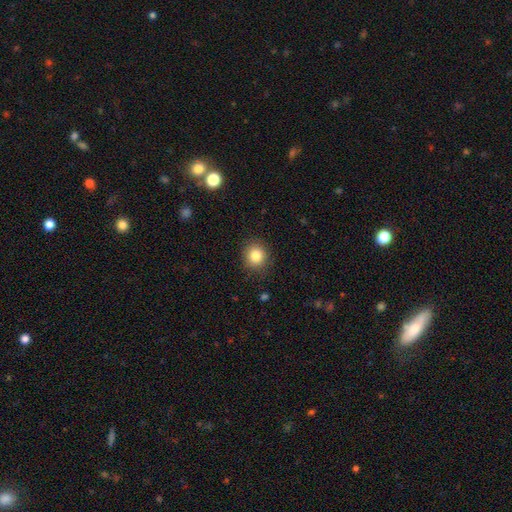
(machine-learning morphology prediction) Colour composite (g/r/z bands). It shows a smooth galaxy with no disk features (83%) that is round (87%). Merging: none (88%).